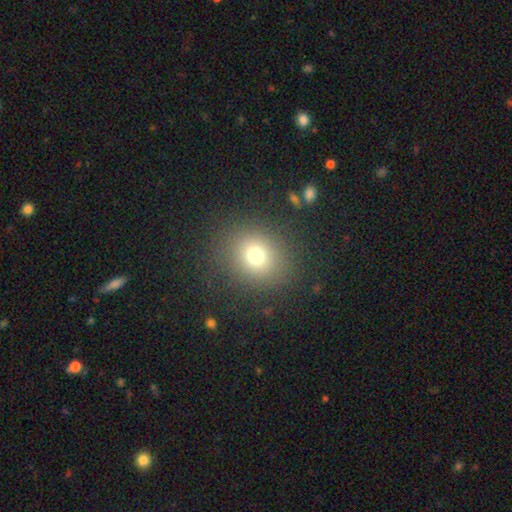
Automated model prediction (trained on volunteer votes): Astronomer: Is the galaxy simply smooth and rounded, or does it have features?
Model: smooth — 73%.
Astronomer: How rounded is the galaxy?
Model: round — 80%.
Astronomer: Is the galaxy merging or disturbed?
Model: none — 85%.